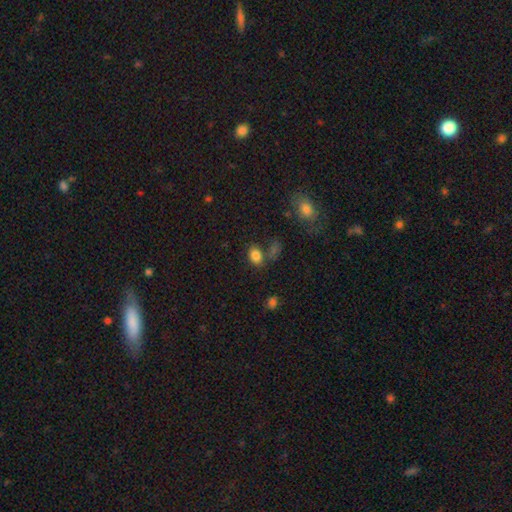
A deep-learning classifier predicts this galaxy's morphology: This is clearly a smooth galaxy (83%). How rounded: likely in between (78%). Merging: likely none (66%).